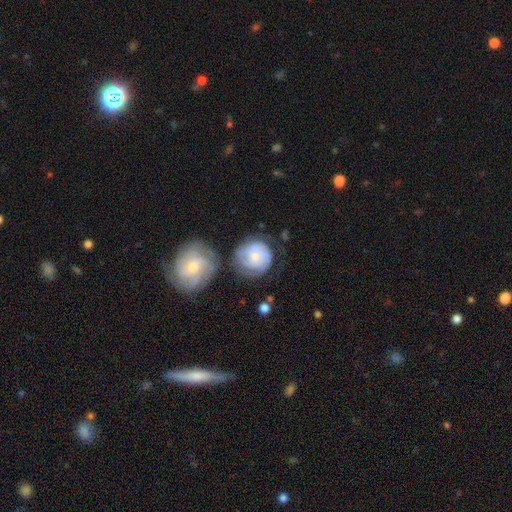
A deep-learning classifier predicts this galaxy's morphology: Smooth or featured? Predicted: featured or disk (p=0.53). Edge-on disk? Predicted: no (p=0.97). Bar? Predicted: no (p=0.79). Spiral arms? Predicted: yes (p=0.80). Bulge size? Predicted: small (p=0.69). Merging? Predicted: none (p=0.56).